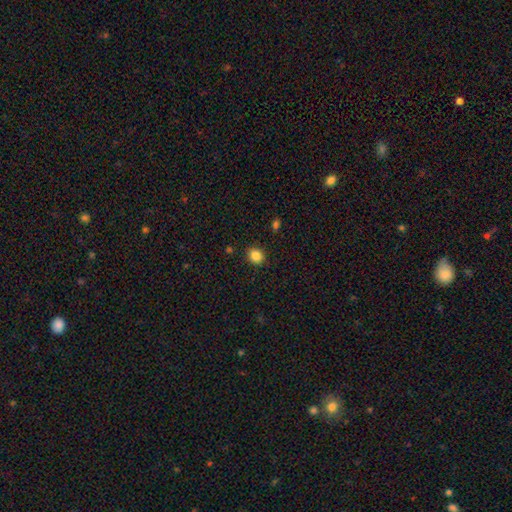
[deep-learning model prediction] Smooth or featured? Predicted: smooth (p=0.85). How rounded? Predicted: round (p=0.76). Merging? Predicted: none (p=0.90).